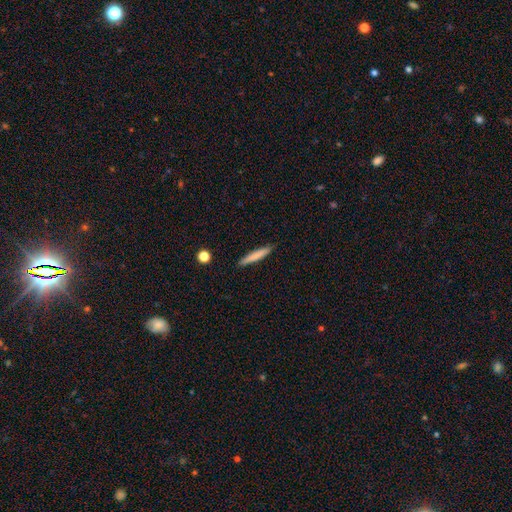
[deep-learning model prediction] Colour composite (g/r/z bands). It shows a smooth galaxy with no disk features (76%) that is cigar-shaped (94%). Merging: none (89%).